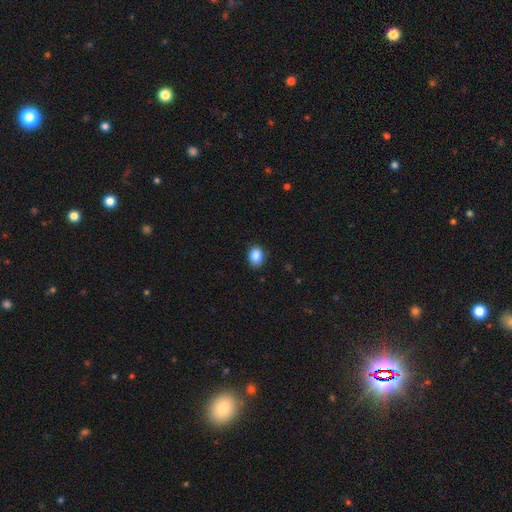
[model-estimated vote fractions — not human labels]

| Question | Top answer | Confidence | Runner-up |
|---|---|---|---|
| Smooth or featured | smooth | 86% | star or artifact (9%) |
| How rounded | in between | 58% | round (41%) |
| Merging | none | 84% | minor disturbance (13%) |